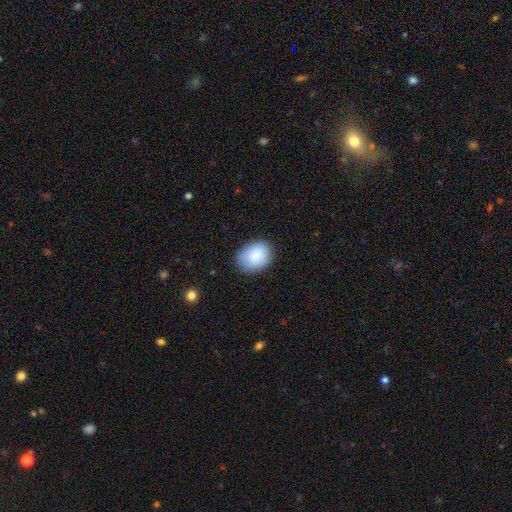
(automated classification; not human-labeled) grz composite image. It shows a smooth galaxy with no disk features (87%) that is in between round and cigar-shaped (66%). Merging: none (80%).